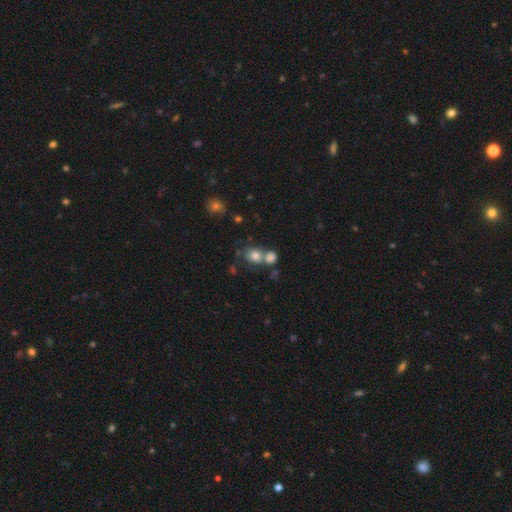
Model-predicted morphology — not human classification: Smooth or featured? smooth (75%)
How rounded? round (62%)
Merging? merger (43%)